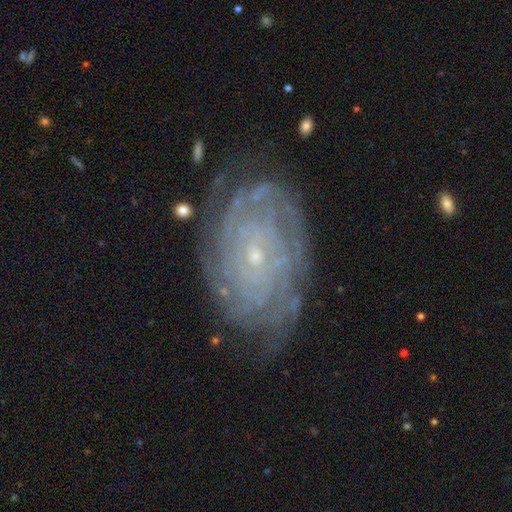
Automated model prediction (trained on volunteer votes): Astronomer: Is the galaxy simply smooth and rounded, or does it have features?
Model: featured or disk — 85%.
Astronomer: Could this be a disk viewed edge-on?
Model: no — 96%.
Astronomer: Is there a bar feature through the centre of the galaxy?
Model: no — 80%.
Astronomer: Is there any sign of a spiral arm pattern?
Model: yes — 95%.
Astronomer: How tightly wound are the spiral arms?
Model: tight — 83%.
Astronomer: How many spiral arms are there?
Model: can't tell — 38% (runner-up: more than 4, 18%).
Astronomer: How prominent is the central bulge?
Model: small — 87%.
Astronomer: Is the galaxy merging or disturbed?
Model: none — 76%.